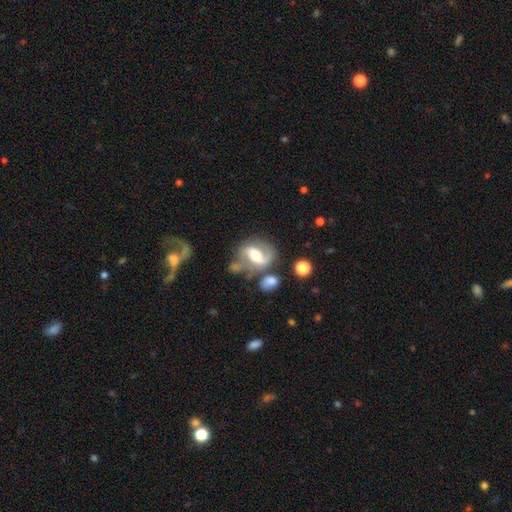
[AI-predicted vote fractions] This appears to be a featured or disk galaxy (74%) with a weak bar (41%), 2 (74%) medium (46%) spiral arms (85%) and a moderate central bulge (62%). Merging: none (47%).